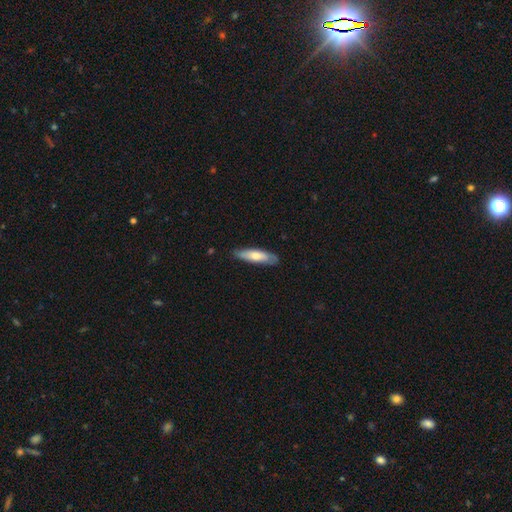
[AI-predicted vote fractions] smooth-or-featured: smooth: 66% | featured or disk: 28% | star or artifact: 5%
  how-rounded: cigar-shaped: 66% | in between: 32% | round: 2%
  merging: none: 82% | minor disturbance: 14% | major disturbance: 2% | merger: 1%